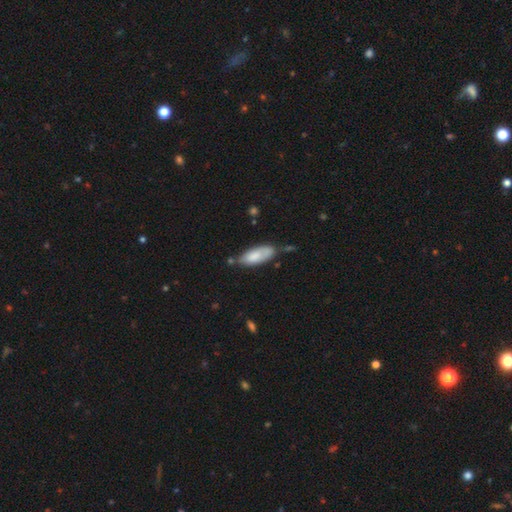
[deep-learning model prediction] Smooth or featured? smooth (76%)
How rounded? in between (77%)
Merging? none (51%)